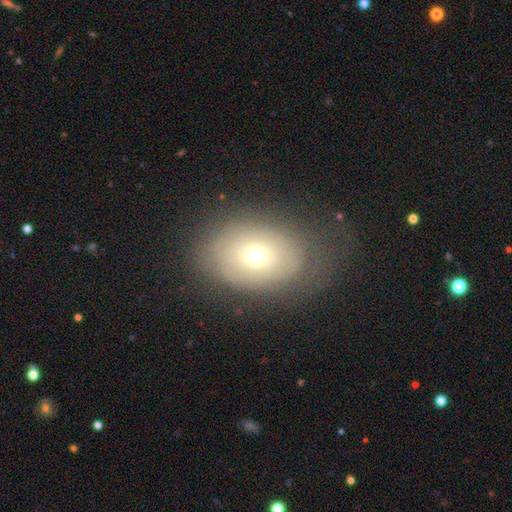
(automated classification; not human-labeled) smooth 63%, featured or disk 24%, star or artifact 13%. Down the decision tree: how rounded — in between (67%); merging — none (67%).